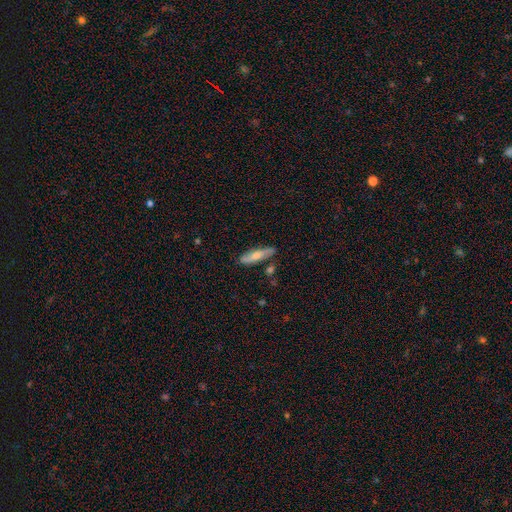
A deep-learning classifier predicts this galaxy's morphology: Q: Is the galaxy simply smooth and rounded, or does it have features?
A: smooth — 65%.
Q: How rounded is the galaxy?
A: cigar-shaped — 67%.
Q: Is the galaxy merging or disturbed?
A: none — 78%.